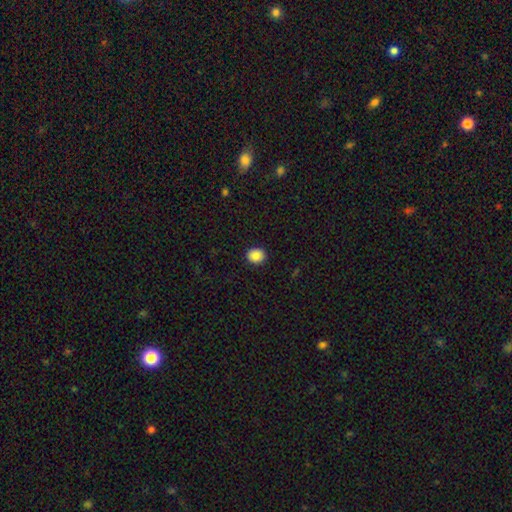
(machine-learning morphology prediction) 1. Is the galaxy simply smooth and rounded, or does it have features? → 87% smooth, 9% star or artifact, 4% featured or disk.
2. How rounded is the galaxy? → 72% round, 27% in between, 1% cigar-shaped.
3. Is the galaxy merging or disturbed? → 91% none, 6% minor disturbance, 2% major disturbance, 1% merger.